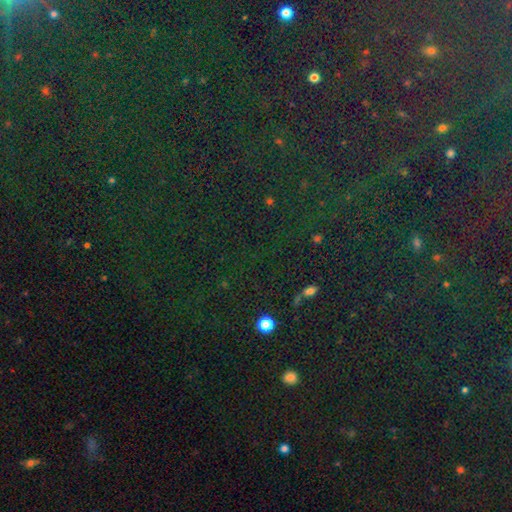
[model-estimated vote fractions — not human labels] This is clearly a star or artifact rather than a galaxy (82%).